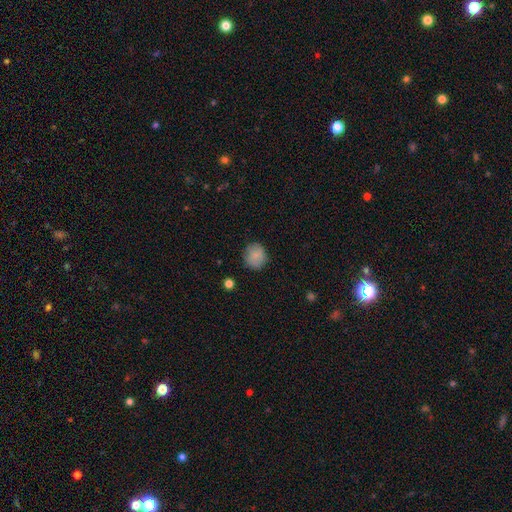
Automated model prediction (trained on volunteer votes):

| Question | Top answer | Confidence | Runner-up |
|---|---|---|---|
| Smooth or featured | smooth | 85% | star or artifact (9%) |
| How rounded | round | 80% | in between (19%) |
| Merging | none | 83% | minor disturbance (13%) |